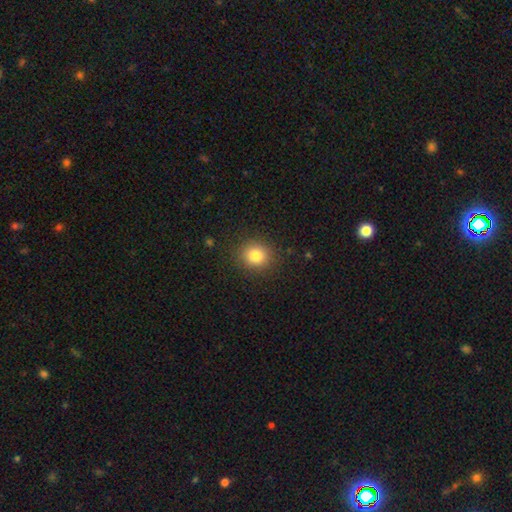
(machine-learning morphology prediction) A smooth galaxy with no disk features (82%) that is round (84%). Merging: none (89%).